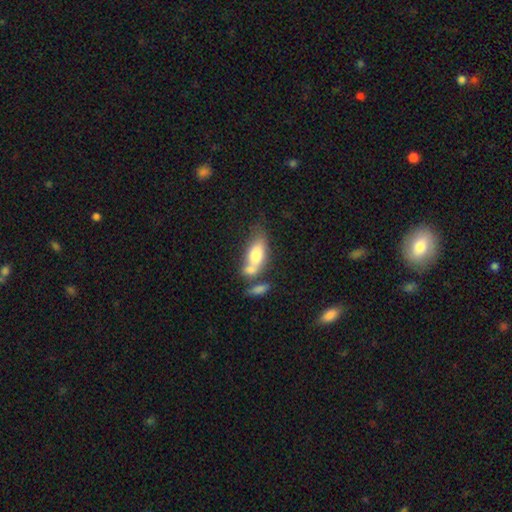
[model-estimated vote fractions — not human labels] Smooth or featured? smooth (72%)
How rounded? in between (80%)
Merging? merger (45%)